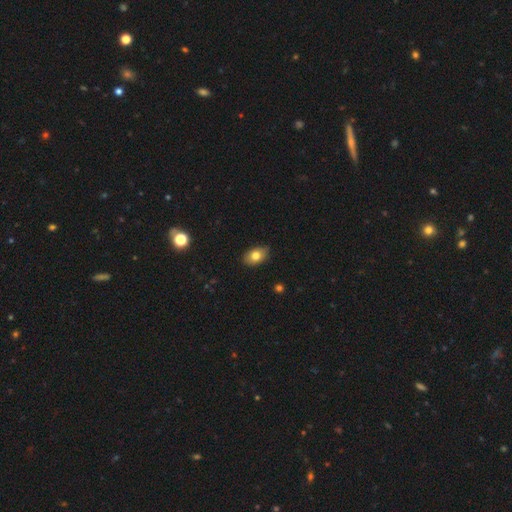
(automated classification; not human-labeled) Smooth or featured: smooth — 78% (featured or disk — 13%)
How rounded: in between — 85% (round — 13%)
Merging: none — 83% (minor disturbance — 14%)